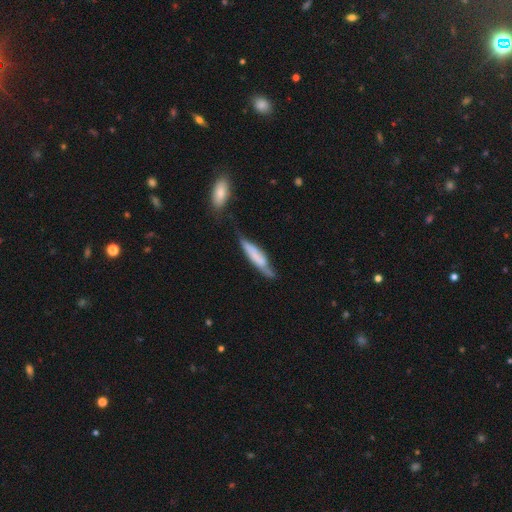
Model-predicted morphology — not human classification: type=smooth (58%); roundness=cigar-shaped (80%); merging=none (49%).